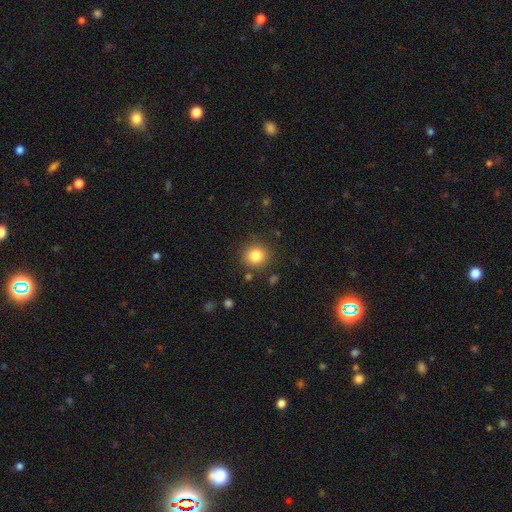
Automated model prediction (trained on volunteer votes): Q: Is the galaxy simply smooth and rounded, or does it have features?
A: smooth — 82%.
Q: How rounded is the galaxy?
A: round — 90%.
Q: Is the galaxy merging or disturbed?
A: none — 86%.